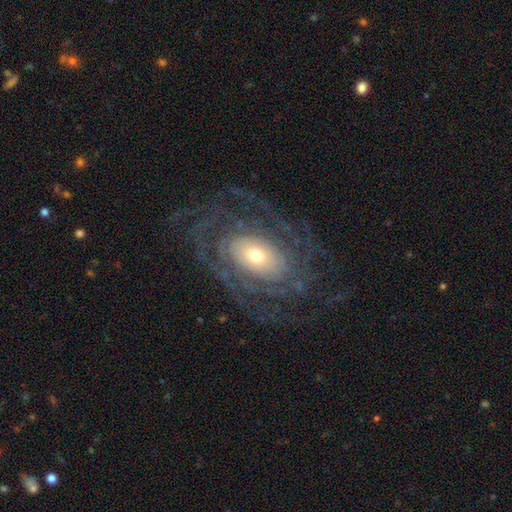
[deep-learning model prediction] smooth_or_featured: featured or disk (p=0.85) [alt: smooth p=0.09]
disk_edge_on: no (p=0.95) [alt: yes p=0.05]
bar: no (p=0.73) [alt: weak p=0.18]
has_spiral_arms: yes (p=0.93) [alt: no p=0.07]
spiral_winding: tight (p=0.68) [alt: medium p=0.24]
spiral_arm_count: can't tell (p=0.36) [alt: 2 p=0.21]
bulge_size: moderate (p=0.45) [alt: small p=0.40]
merging: none (p=0.73) [alt: minor disturbance p=0.14]